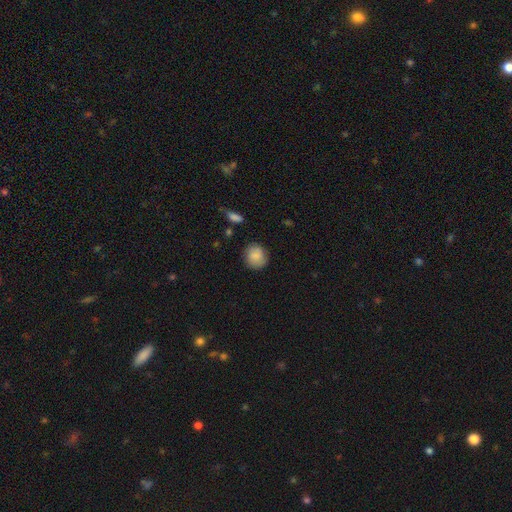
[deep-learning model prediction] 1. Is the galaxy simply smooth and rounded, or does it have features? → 86% smooth, 7% star or artifact, 7% featured or disk.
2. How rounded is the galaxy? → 81% round, 18% in between, 1% cigar-shaped.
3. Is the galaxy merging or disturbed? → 83% none, 13% minor disturbance, 3% major disturbance, 2% merger.